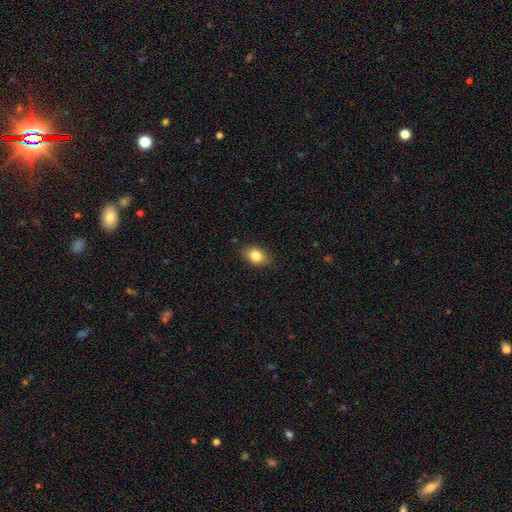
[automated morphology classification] Smooth or featured? Predicted: smooth (p=0.83). How rounded? Predicted: in between (p=0.75). Merging? Predicted: none (p=0.84).